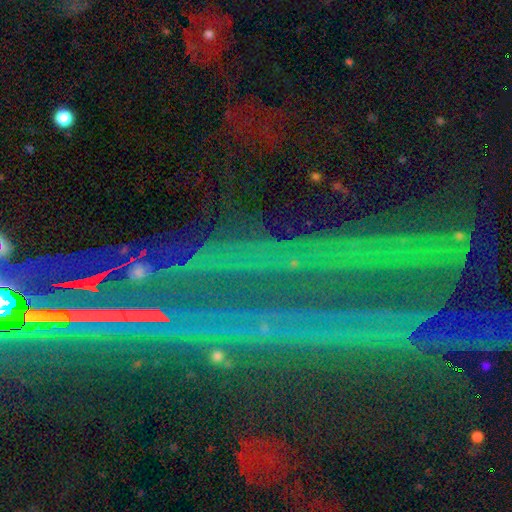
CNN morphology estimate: Smooth or featured?
  - star or artifact: 85% *
  - featured or disk: 9%
  - smooth: 6%